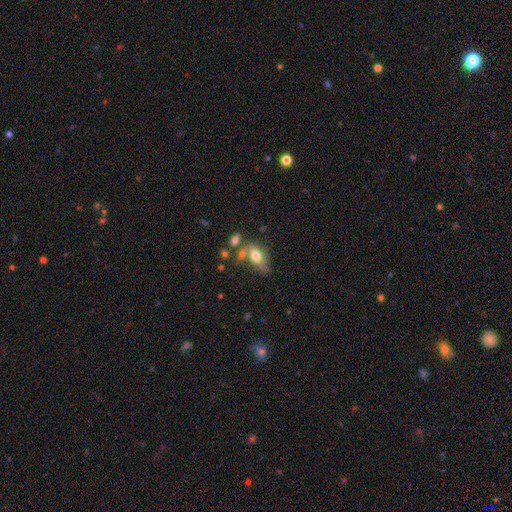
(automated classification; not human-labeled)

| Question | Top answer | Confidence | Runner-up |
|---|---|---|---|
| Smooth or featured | smooth | 69% | featured or disk (23%) |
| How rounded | in between | 85% | round (8%) |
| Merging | none | 37% | merger (27%) |